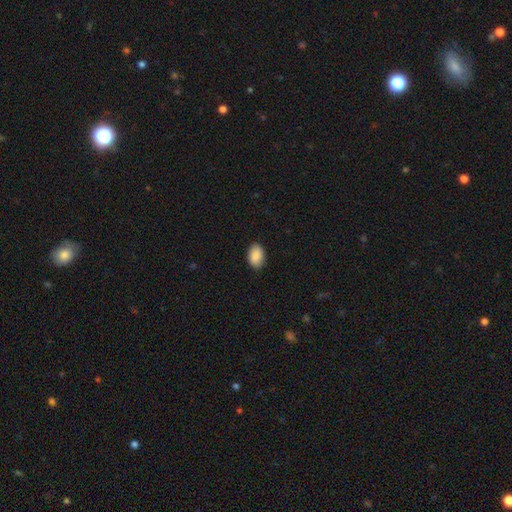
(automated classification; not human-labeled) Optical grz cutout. It shows a smooth galaxy with no disk features (89%) that is in between round and cigar-shaped (90%). Merging: none (88%).